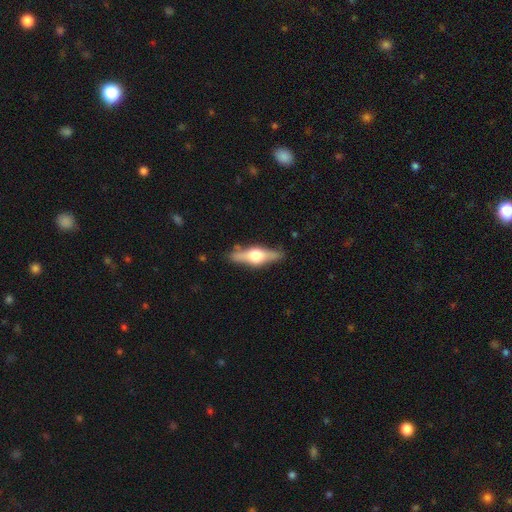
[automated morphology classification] featured or disk 67%, smooth 27%, star or artifact 6%. Down the decision tree: edge-on disk — yes (96%); edge-on bulge — rounded (94%); merging — none (85%).